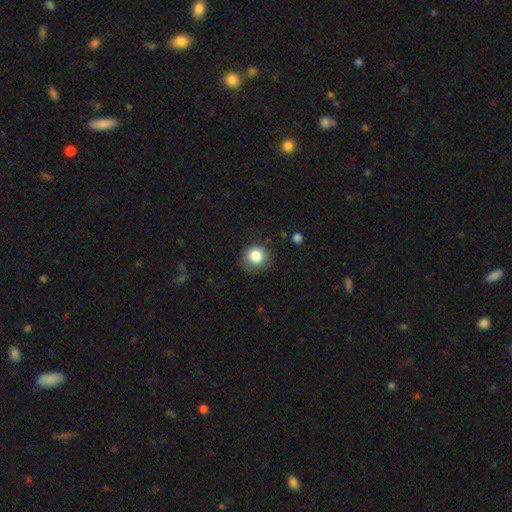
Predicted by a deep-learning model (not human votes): Smooth or featured?
  - smooth: 84% *
  - star or artifact: 10%
  - featured or disk: 6%
How rounded?
  - round: 86% *
  - in between: 13%
  - cigar-shaped: 1%
Merging?
  - none: 76% *
  - minor disturbance: 17%
  - major disturbance: 5%
  - merger: 2%